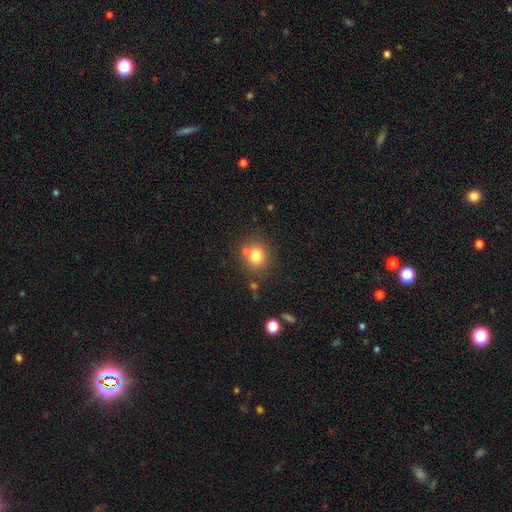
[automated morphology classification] Smooth or featured?
  - smooth: 78% *
  - star or artifact: 12%
  - featured or disk: 10%
How rounded?
  - round: 82% *
  - in between: 17%
  - cigar-shaped: 1%
Merging?
  - none: 71% *
  - merger: 14%
  - minor disturbance: 12%
  - major disturbance: 4%